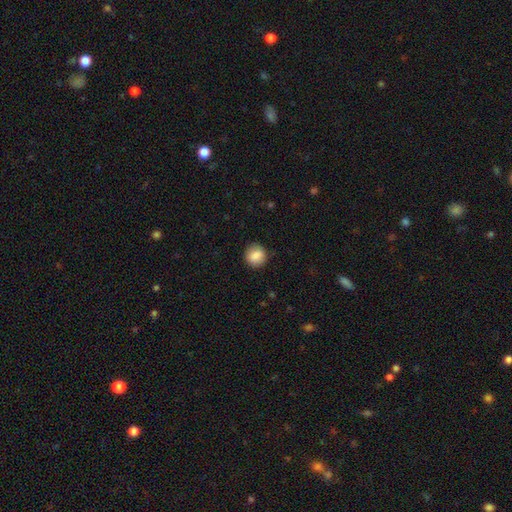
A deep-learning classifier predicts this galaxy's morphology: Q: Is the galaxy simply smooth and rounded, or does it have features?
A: smooth — 87%.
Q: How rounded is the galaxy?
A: round — 84%.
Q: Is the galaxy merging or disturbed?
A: none — 87%.